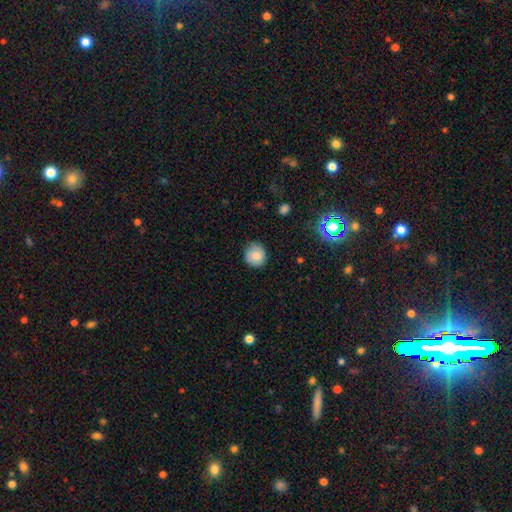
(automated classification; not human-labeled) Morphology: type=smooth (80%); roundness=round (90%); merging=none (84%).